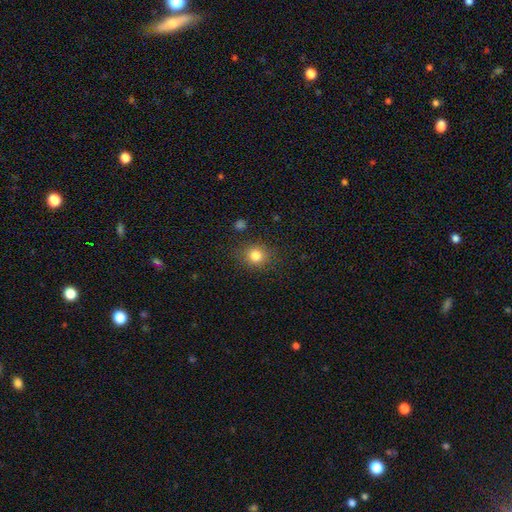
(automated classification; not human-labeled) Morphology: type=smooth (82%); roundness=round (80%); merging=none (84%).